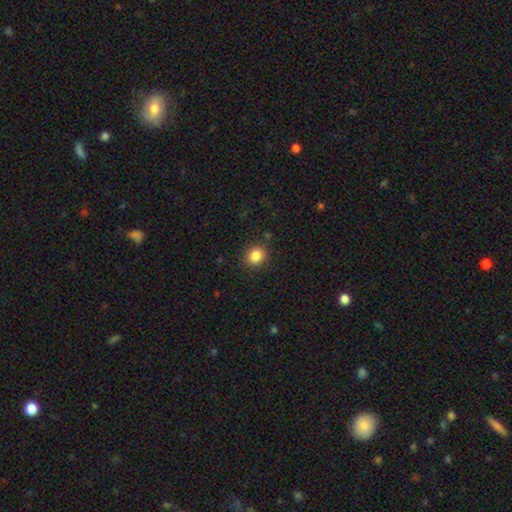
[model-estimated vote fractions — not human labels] Morphology: type=smooth (85%); roundness=round (67%); merging=none (86%).